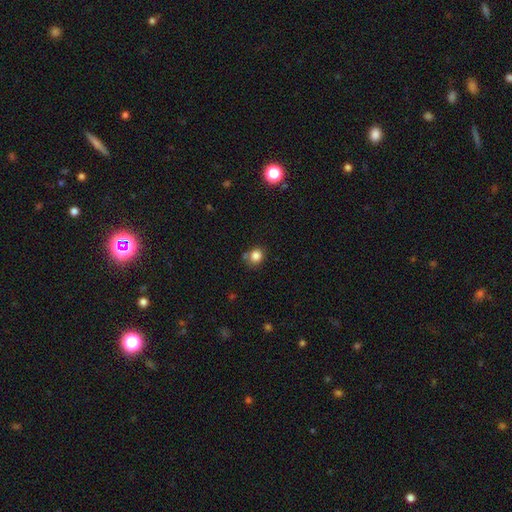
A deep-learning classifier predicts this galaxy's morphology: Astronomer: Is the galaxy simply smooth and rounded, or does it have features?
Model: smooth — 83%.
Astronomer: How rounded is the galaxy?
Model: round — 75%.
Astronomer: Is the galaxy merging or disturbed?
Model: none — 69%.